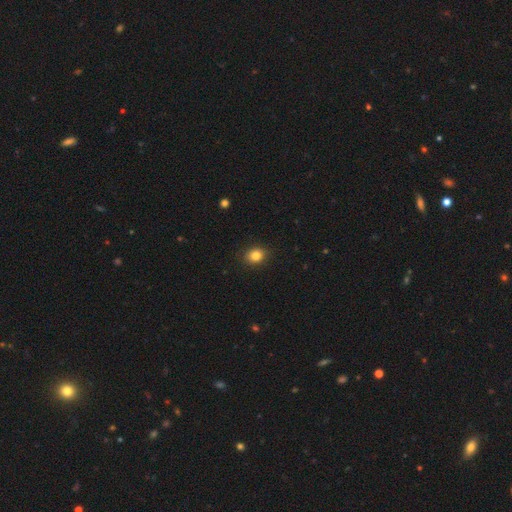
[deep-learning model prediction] This appears to be a smooth galaxy with no disk features (84%) that is round (55%). Merging: none (88%).